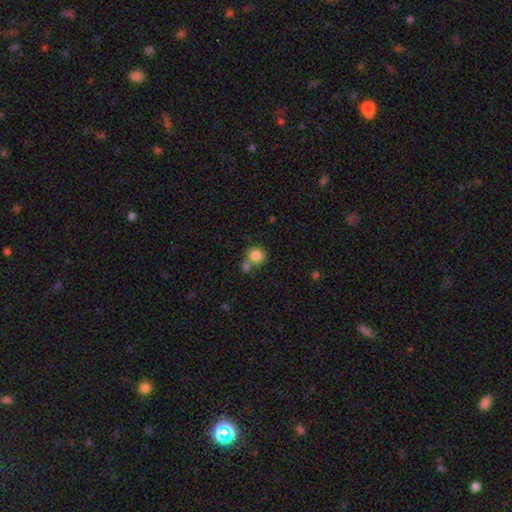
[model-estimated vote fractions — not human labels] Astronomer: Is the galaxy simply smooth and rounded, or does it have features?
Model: smooth — 84%.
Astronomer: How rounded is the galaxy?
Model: round — 90%.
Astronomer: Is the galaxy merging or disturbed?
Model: none — 61%.